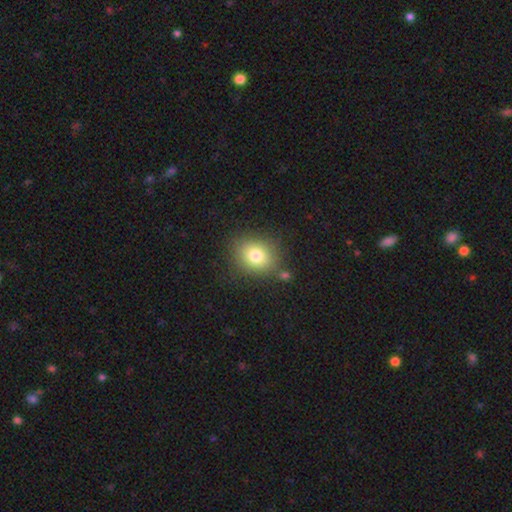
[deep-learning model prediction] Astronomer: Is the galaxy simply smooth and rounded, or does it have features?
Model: smooth — 78%.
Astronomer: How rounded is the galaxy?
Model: round — 66%.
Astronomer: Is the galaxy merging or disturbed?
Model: none — 80%.